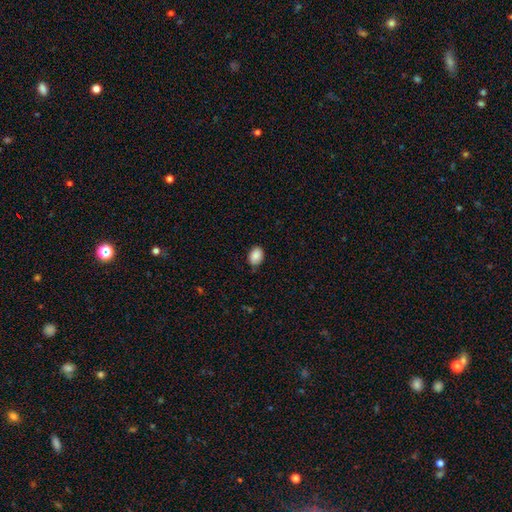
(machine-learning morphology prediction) A smooth galaxy with no disk features (89%) that is in between round and cigar-shaped (77%).

Vote fractions:
- Smooth or featured? smooth: 89% / star or artifact: 8% / featured or disk: 4%
- How rounded? in between: 77% / round: 22% / cigar-shaped: 1%
- Merging? none: 76% / minor disturbance: 19% / major disturbance: 3% / merger: 1%